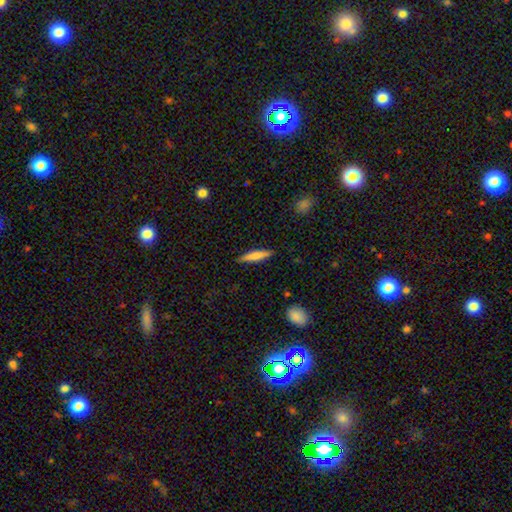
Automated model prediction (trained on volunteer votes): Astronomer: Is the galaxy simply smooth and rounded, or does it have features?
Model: smooth — 70%.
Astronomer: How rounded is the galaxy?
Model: cigar-shaped — 82%.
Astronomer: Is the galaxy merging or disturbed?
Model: none — 87%.